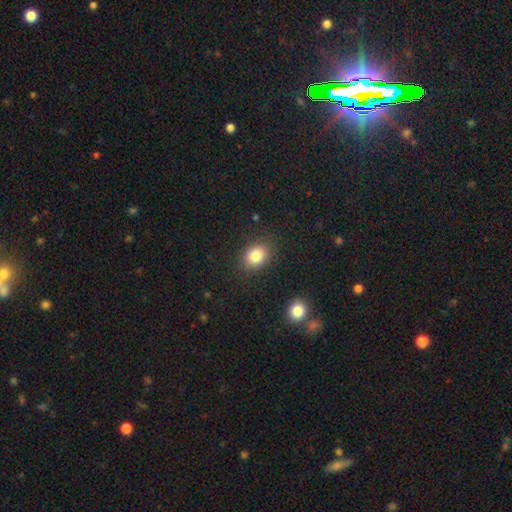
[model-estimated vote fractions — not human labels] Overall: smooth (82%). How rounded: in between (55%; round 44%). Merging: none (85%).